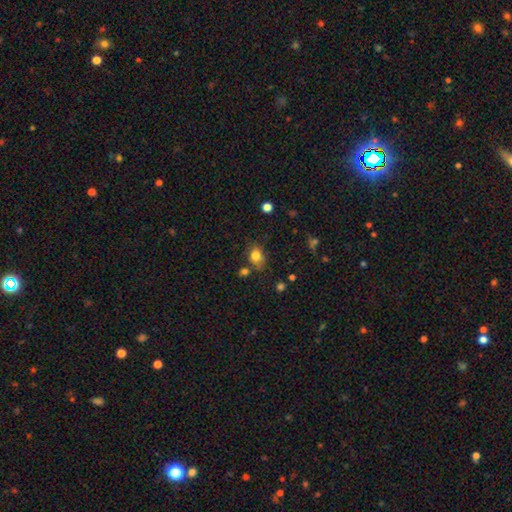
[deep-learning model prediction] smooth-or-featured: smooth: 80% | star or artifact: 11% | featured or disk: 9%
  how-rounded: in between: 65% | round: 33% | cigar-shaped: 1%
  merging: none: 66% | minor disturbance: 20% | merger: 8% | major disturbance: 6%